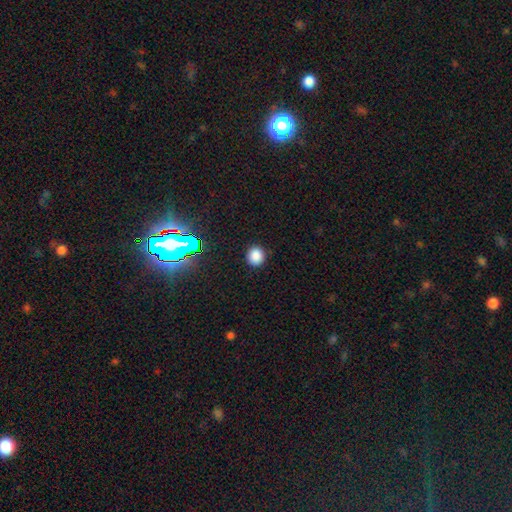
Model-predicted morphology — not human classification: smooth-or-featured: smooth: 82% | star or artifact: 14% | featured or disk: 4%
  how-rounded: round: 86% | in between: 13% | cigar-shaped: 1%
  merging: none: 91% | minor disturbance: 6% | major disturbance: 2% | merger: 1%